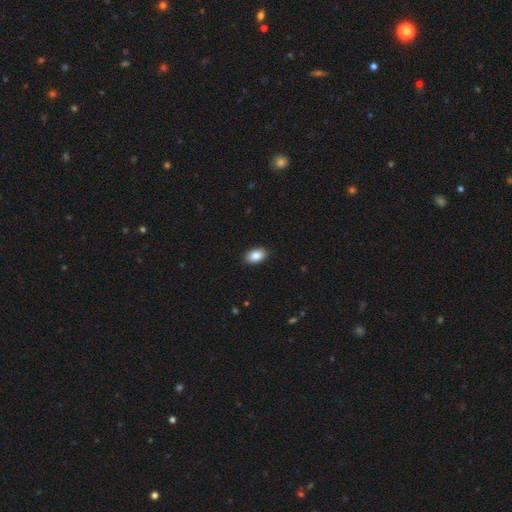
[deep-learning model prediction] smooth 86%, star or artifact 7%, featured or disk 7%. Down the decision tree: how rounded — in between (91%); merging — none (89%).